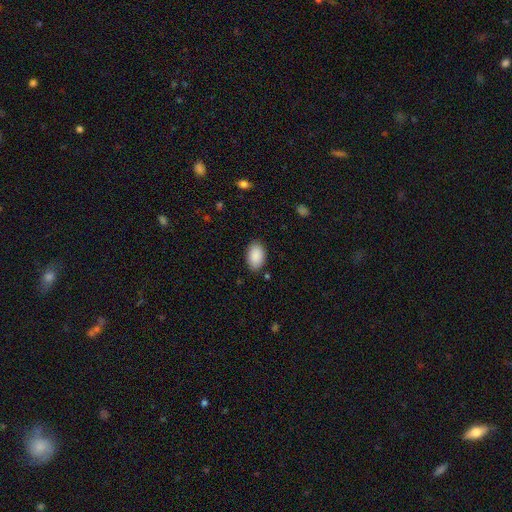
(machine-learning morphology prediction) Smooth or featured: smooth — 90% (star or artifact — 6%)
How rounded: in between — 93% (round — 6%)
Merging: none — 87% (minor disturbance — 10%)